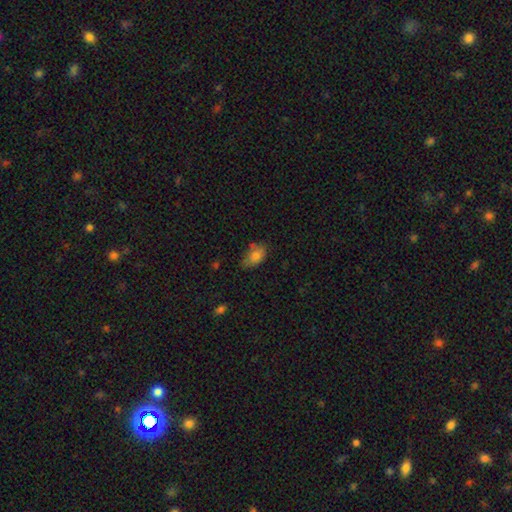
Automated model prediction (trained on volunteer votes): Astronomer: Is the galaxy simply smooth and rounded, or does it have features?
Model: smooth — 79%.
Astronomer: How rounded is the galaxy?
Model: in between — 86%.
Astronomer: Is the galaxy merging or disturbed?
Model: none — 50% (runner-up: minor disturbance, 35%).